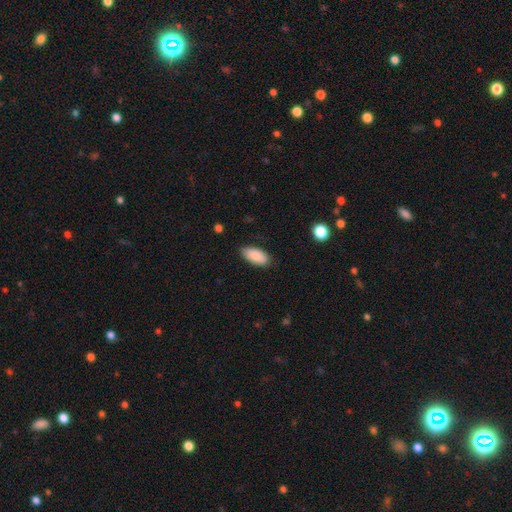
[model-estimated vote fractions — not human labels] Smooth or featured?
  - smooth: 87% *
  - featured or disk: 7%
  - star or artifact: 6%
How rounded?
  - in between: 92% *
  - cigar-shaped: 6%
  - round: 2%
Merging?
  - none: 83% *
  - minor disturbance: 14%
  - major disturbance: 3%
  - merger: 1%